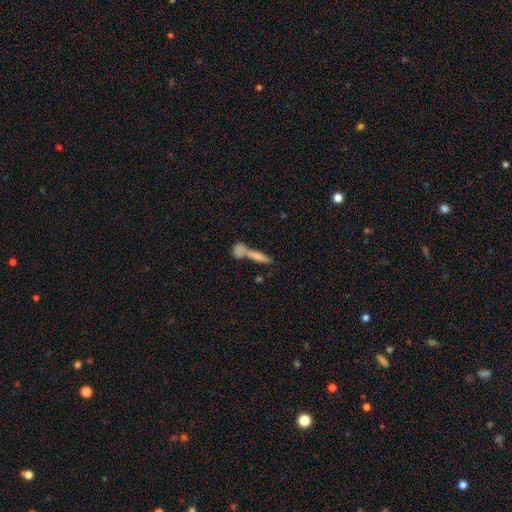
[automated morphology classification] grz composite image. It shows a smooth galaxy with no disk features (70%) that is cigar-shaped (74%). Merging: merger (51%).